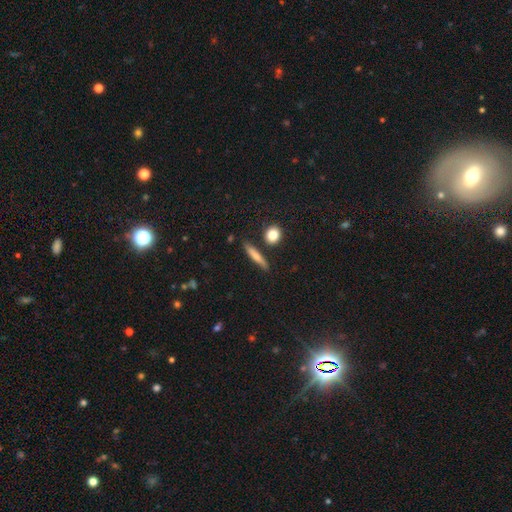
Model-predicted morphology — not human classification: smooth-or-featured: smooth: 64% | featured or disk: 29% | star or artifact: 8%
  how-rounded: cigar-shaped: 85% | in between: 10% | round: 5%
  merging: none: 82% | minor disturbance: 11% | merger: 4% | major disturbance: 3%